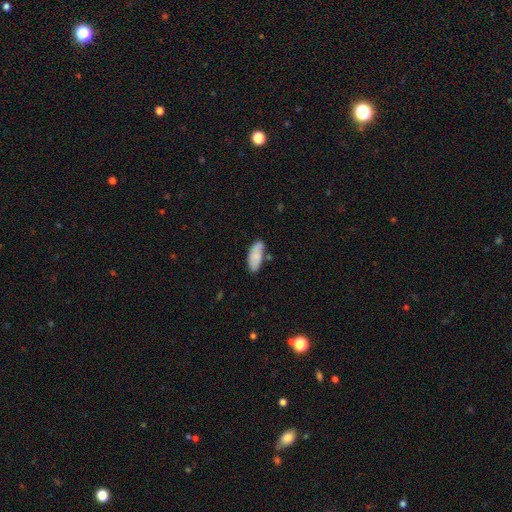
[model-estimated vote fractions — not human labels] The model was most divided on "merging": none: 54%, minor disturbance: 24%, merger: 15%, major disturbance: 6%. More confident: how rounded — in between (84%); smooth or featured — smooth (77%).